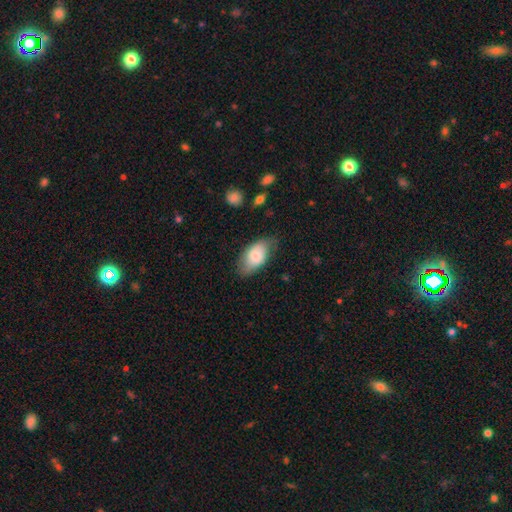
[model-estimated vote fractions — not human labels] Morphology: type=smooth (75%); roundness=in between (93%); merging=none (71%).